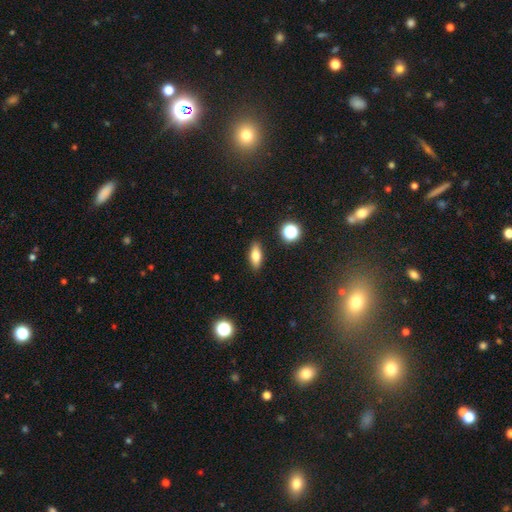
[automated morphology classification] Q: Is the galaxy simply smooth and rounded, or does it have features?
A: smooth — 73%.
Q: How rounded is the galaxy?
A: in between — 74%.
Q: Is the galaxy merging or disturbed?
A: none — 88%.